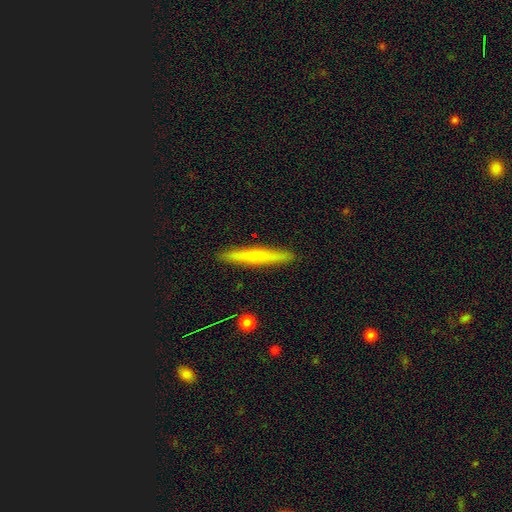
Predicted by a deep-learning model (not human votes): This appears to be a smooth galaxy with no disk features (60%) that is cigar-shaped (95%). Merging: none (91%).